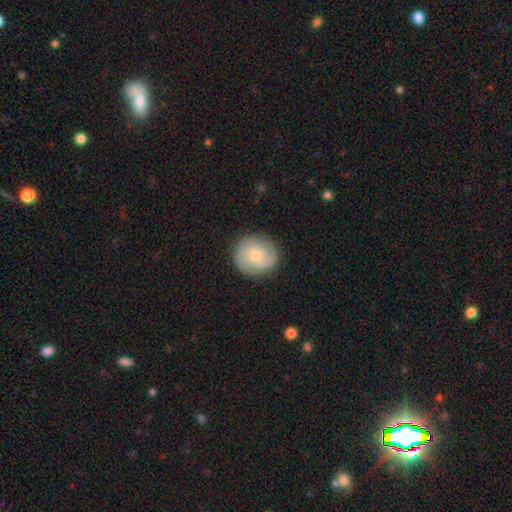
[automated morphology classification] A featured or disk galaxy (56%) with no bar (66%), spiral arms (90%) and a small central bulge (60%). Merging: none (84%).